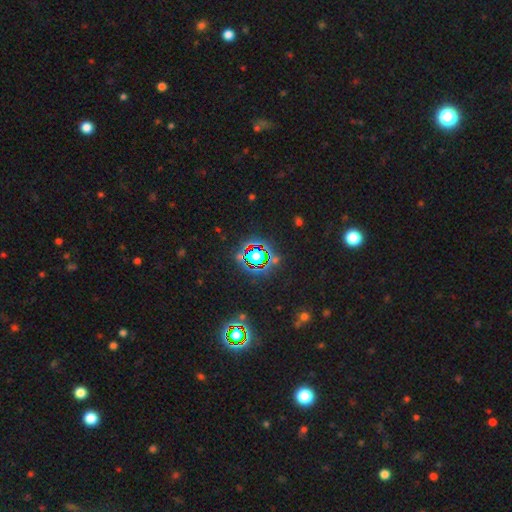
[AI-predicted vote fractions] smooth_or_featured: star or artifact (p=0.70) [alt: smooth p=0.19]